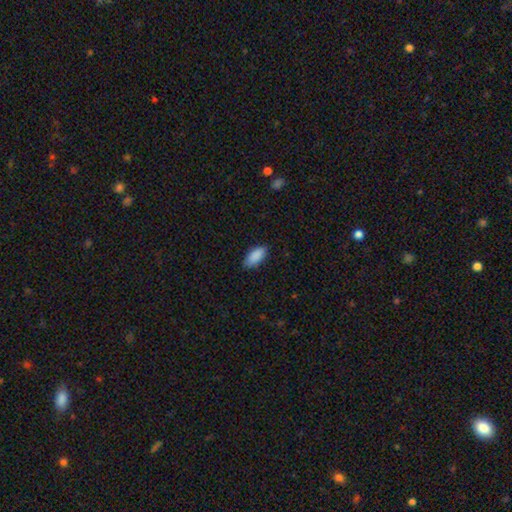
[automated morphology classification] A smooth galaxy with no disk features (90%) that is in between round and cigar-shaped (88%).

Vote fractions:
- Smooth or featured? smooth: 90% / star or artifact: 6% / featured or disk: 4%
- How rounded? in between: 88% / cigar-shaped: 10% / round: 2%
- Merging? none: 84% / minor disturbance: 13% / major disturbance: 2% / merger: 1%